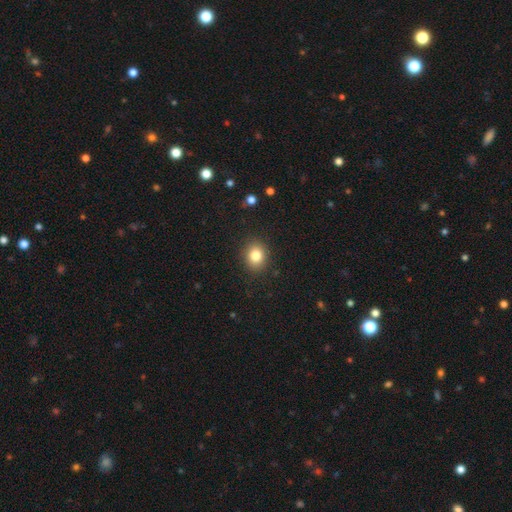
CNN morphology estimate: Smooth or featured: smooth — 82% (star or artifact — 11%)
How rounded: round — 66% (in between — 33%)
Merging: none — 89% (minor disturbance — 7%)